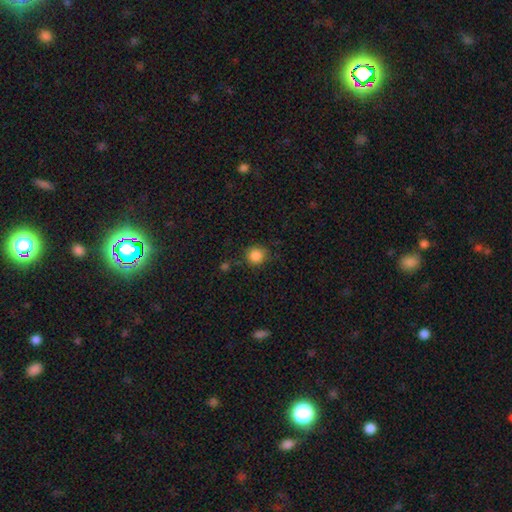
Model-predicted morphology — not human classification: smooth 86%, star or artifact 10%, featured or disk 4%. Down the decision tree: how rounded — round (91%); merging — none (80%).